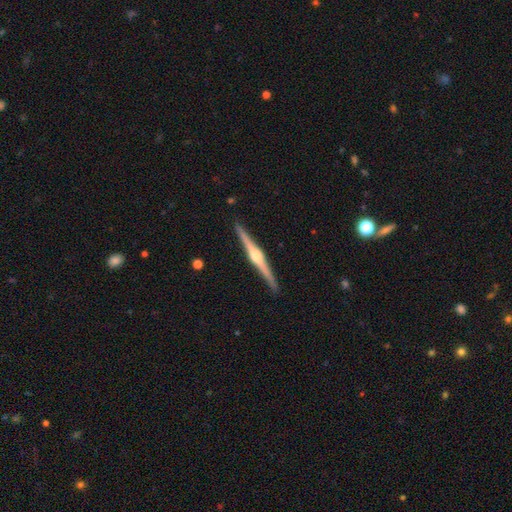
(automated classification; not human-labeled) A featured or disk galaxy (83%) viewed edge-on (99%) with a rounded central bulge (91%).

Vote fractions:
- Smooth or featured? featured or disk: 83% / smooth: 12% / star or artifact: 5%
- Edge-on disk? yes: 99% / no: 1%
- Edge-on bulge? rounded: 91% / boxy: 5% / none: 4%
- Merging? none: 91% / minor disturbance: 6% / major disturbance: 1% / merger: 1%